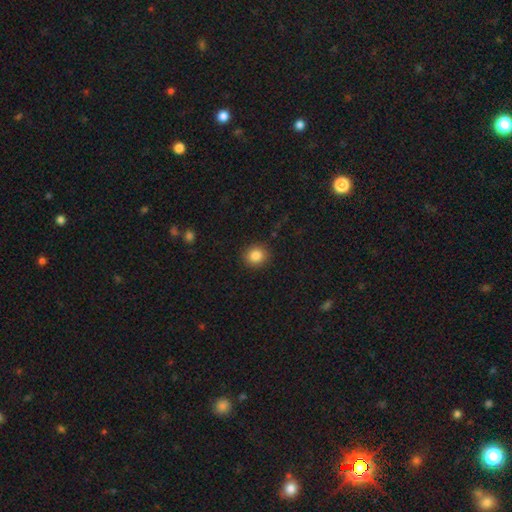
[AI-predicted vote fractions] Smooth or featured? Predicted: smooth (p=0.85). How rounded? Predicted: round (p=0.85). Merging? Predicted: none (p=0.91).